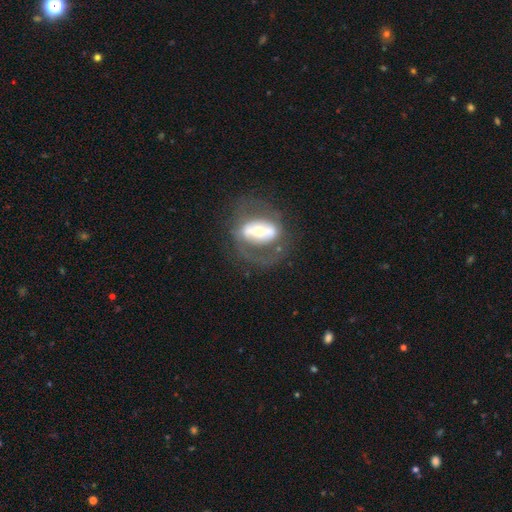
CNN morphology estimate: type=featured or disk (63%); edge-on=no (75%); merging=none (74%).